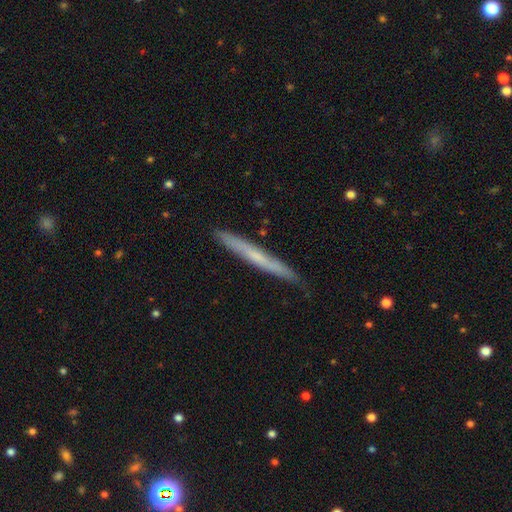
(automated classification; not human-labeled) Smooth or featured? Predicted: smooth (p=0.48). Merging? Predicted: none (p=0.84).